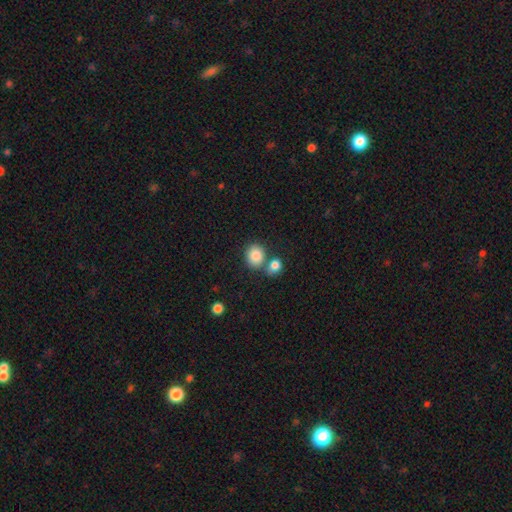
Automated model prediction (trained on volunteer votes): smooth-or-featured: smooth: 85% | star or artifact: 9% | featured or disk: 6%
  how-rounded: round: 68% | in between: 31% | cigar-shaped: 1%
  merging: none: 61% | merger: 27% | minor disturbance: 10% | major disturbance: 3%